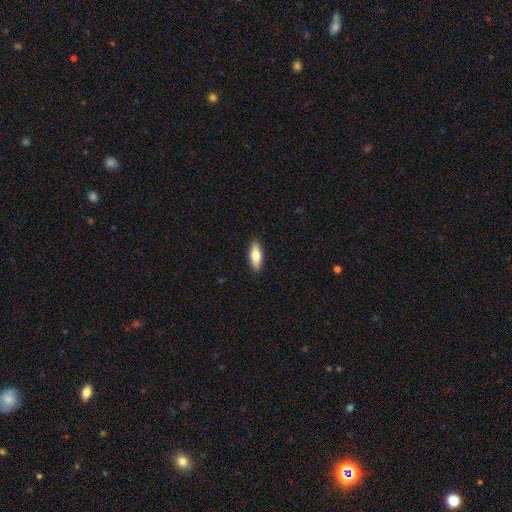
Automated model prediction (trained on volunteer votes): Morphology: type=smooth (72%); roundness=in between (67%); merging=none (89%).